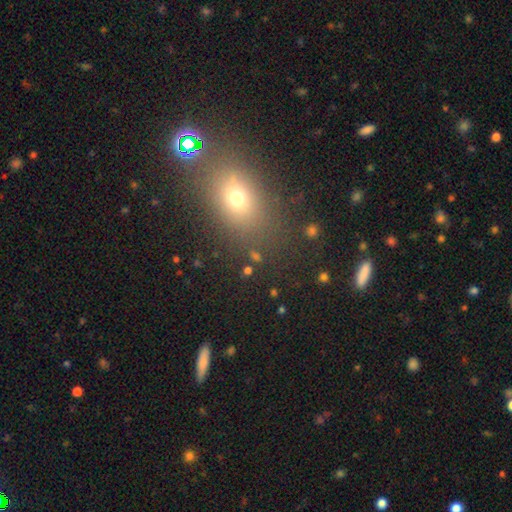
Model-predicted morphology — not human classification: Q: Smooth or featured?
A: smooth (59%); runner-up: star or artifact (28%)
Q: How rounded?
A: in between (51%); runner-up: round (45%)
Q: Merging?
A: none (78%); runner-up: minor disturbance (10%)